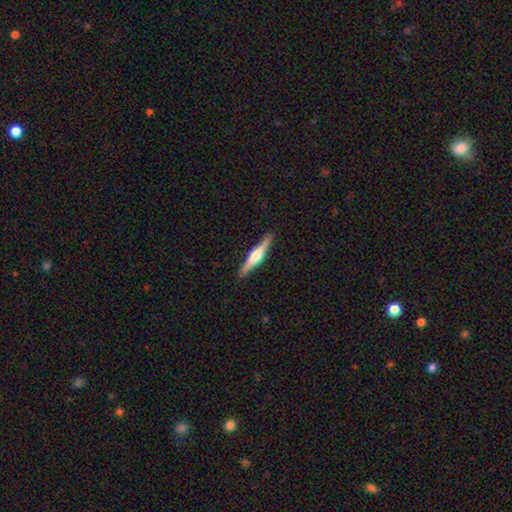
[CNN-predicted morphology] Smooth or featured? Predicted: featured or disk (p=0.68). Edge-on disk? Predicted: yes (p=0.98). Edge-on bulge? Predicted: rounded (p=0.85). Merging? Predicted: none (p=0.91).